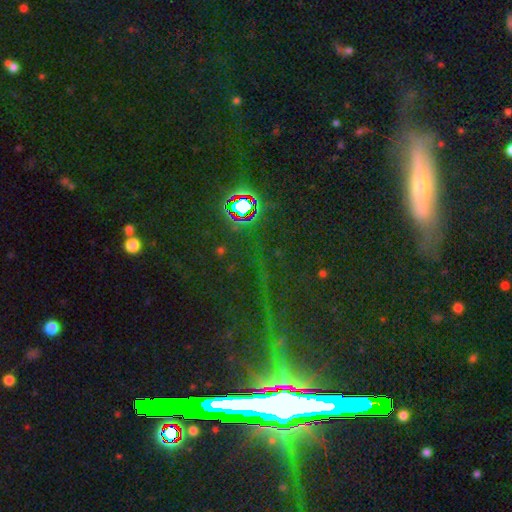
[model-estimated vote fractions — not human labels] star or artifact 64%, featured or disk 22%, smooth 14%.